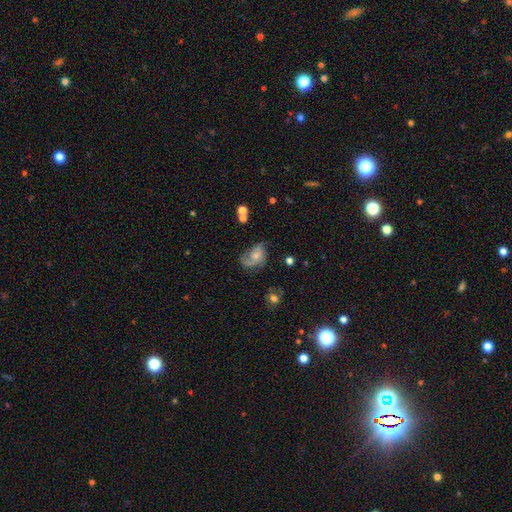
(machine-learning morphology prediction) This is likely a featured or disk galaxy (63%). It is clearly not viewed edge-on (97%). Bar: likely no (71%). Spiral arm pattern: clearly yes (87%). Spiral arm count: marginally 2 (42%). Spiral winding: marginally medium (44%). Central bulge: possibly small (45%). Merging: possibly none (49%).